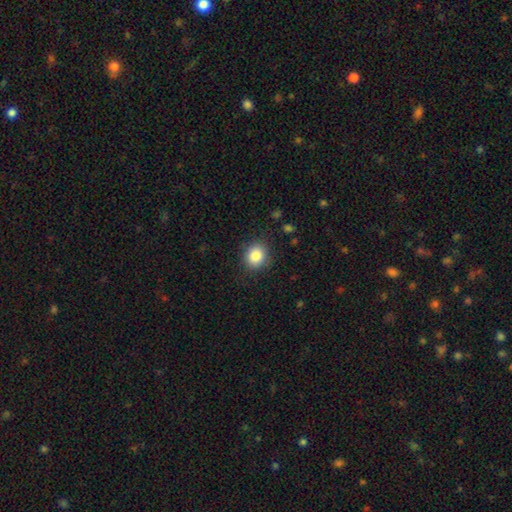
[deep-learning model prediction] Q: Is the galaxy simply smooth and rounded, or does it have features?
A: smooth — 85%.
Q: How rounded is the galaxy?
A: round — 73%.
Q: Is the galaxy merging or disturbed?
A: none — 87%.